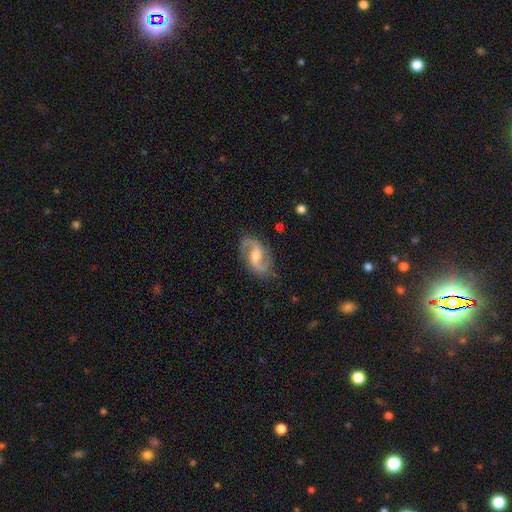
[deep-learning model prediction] The model was most divided on "spiral winding": medium: 47%, loose: 40%, tight: 13%. More confident: edge-on disk — no (97%); spiral arms — yes (96%); spiral arm count — 2 (92%); smooth or featured — featured or disk (86%); merging — none (81%); bulge size — moderate (64%); bar — weak (50%).